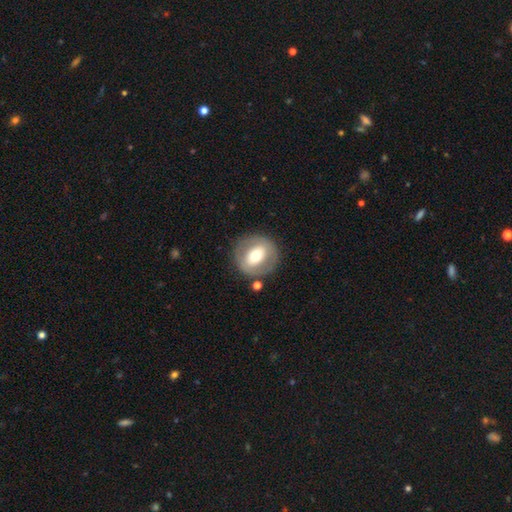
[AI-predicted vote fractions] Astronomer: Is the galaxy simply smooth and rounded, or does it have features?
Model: smooth — 49% (runner-up: featured or disk, 45%).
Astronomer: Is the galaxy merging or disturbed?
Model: none — 81%.